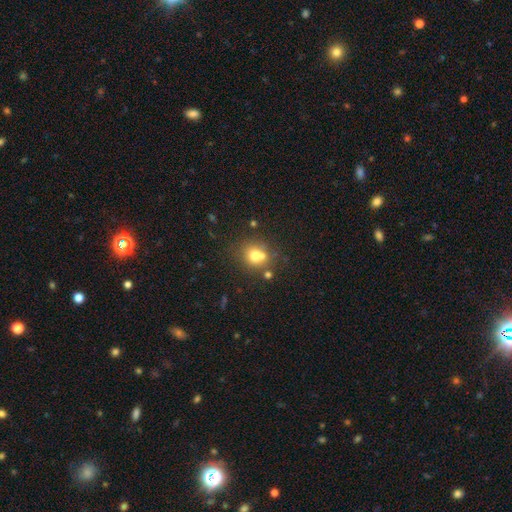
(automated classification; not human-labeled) This appears to be a smooth galaxy with no disk features (69%) that is round (82%). Merging: none (54%).